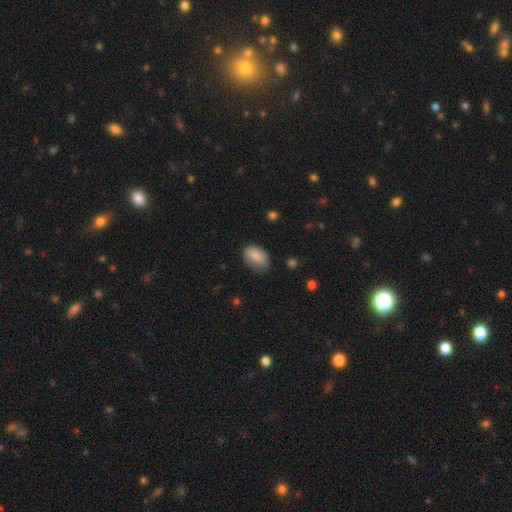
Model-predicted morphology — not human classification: Smooth or featured? smooth (81%)
How rounded? in between (89%)
Merging? none (65%)